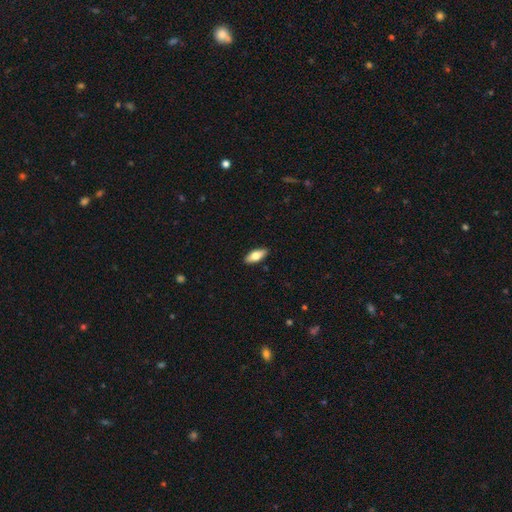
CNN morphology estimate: smooth-or-featured: smooth: 69% | featured or disk: 25% | star or artifact: 6%
  how-rounded: in between: 77% | cigar-shaped: 20% | round: 2%
  merging: none: 89% | minor disturbance: 8% | major disturbance: 2% | merger: 1%